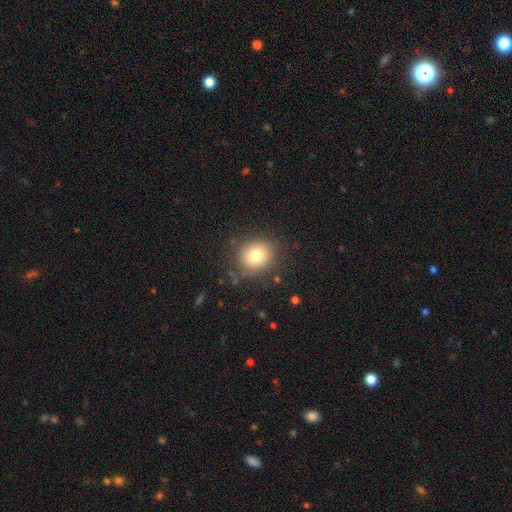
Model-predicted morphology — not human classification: Smooth or featured? smooth (80%)
How rounded? round (77%)
Merging? none (84%)